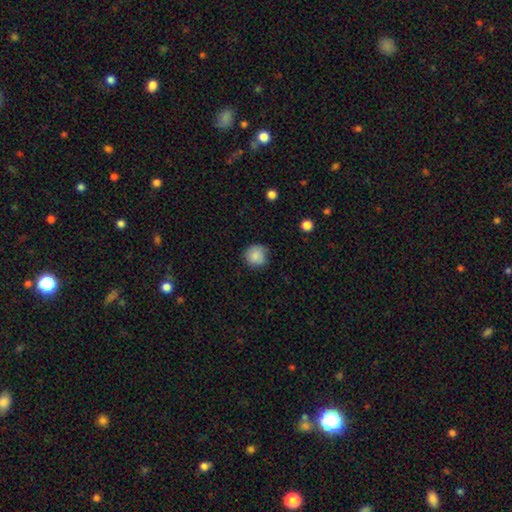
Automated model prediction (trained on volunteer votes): smooth_or_featured: smooth (p=0.85) [alt: star or artifact p=0.09]
how_rounded: round (p=0.91) [alt: in between p=0.08]
merging: none (p=0.75) [alt: minor disturbance p=0.20]